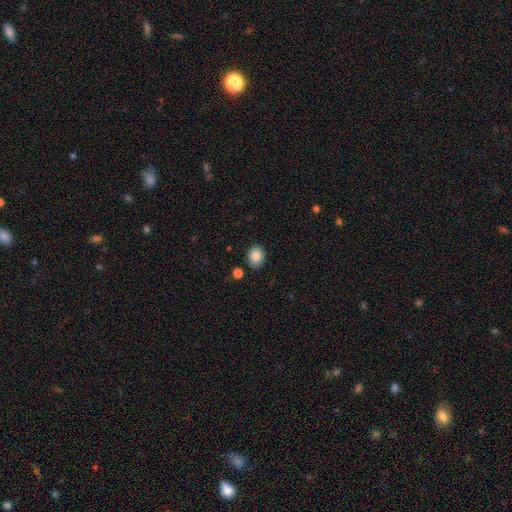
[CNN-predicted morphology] type=smooth (86%); roundness=in between (53%); merging=none (86%).